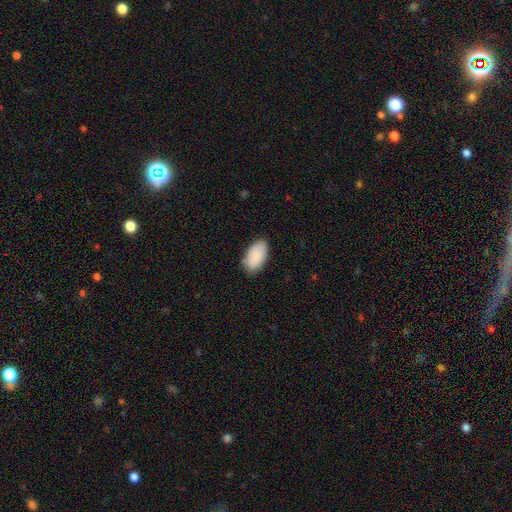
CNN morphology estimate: This is clearly a smooth galaxy (89%). How rounded: clearly in between (95%). Merging: clearly none (81%).